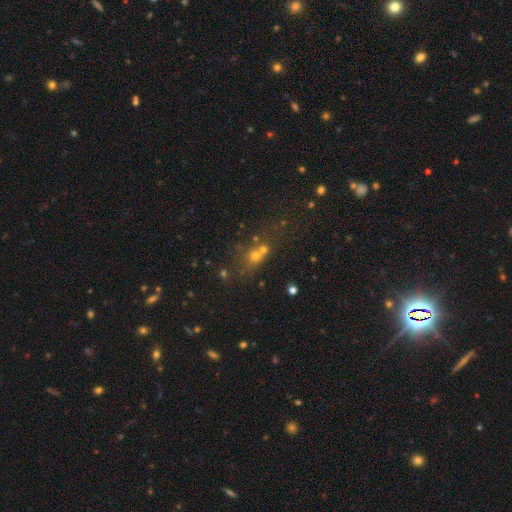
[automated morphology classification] smooth_or_featured: smooth (p=0.54) [alt: star or artifact p=0.29]
how_rounded: round (p=0.73) [alt: in between p=0.25]
merging: merger (p=0.43) [alt: none p=0.41]